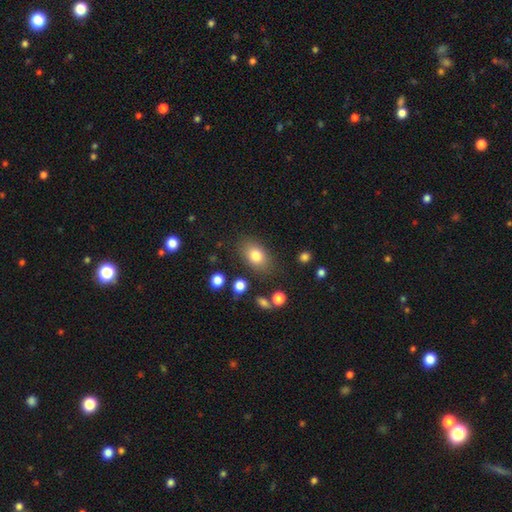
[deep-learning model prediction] This is clearly a smooth galaxy (80%). How rounded: likely in between (80%). Merging: likely none (79%).